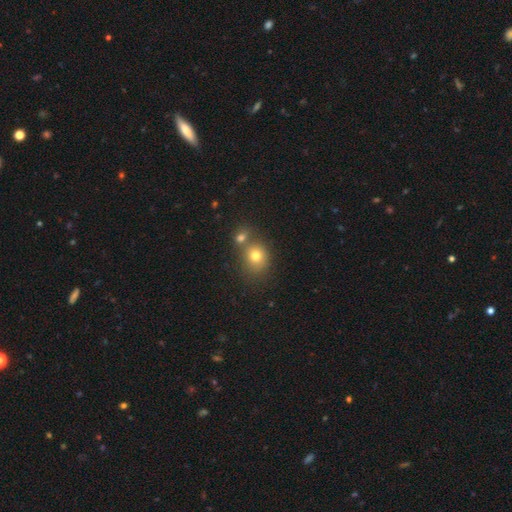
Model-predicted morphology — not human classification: smooth-or-featured: smooth: 75% | star or artifact: 13% | featured or disk: 11%
  how-rounded: round: 74% | in between: 25% | cigar-shaped: 1%
  merging: none: 51% | merger: 35% | minor disturbance: 10% | major disturbance: 4%